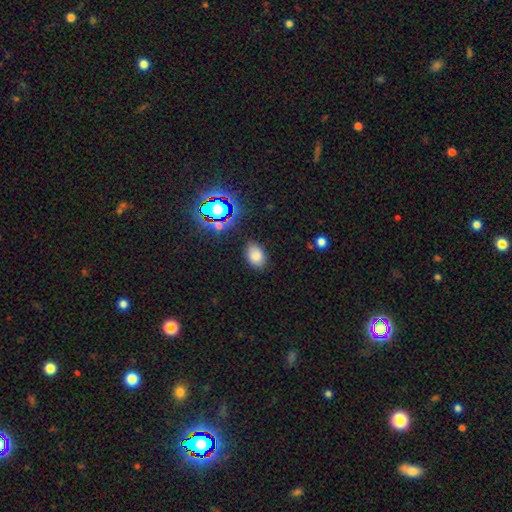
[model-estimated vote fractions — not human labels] Smooth or featured?
  - smooth: 77% *
  - star or artifact: 15%
  - featured or disk: 8%
How rounded?
  - in between: 80% *
  - round: 19%
  - cigar-shaped: 1%
Merging?
  - none: 80% *
  - minor disturbance: 14%
  - major disturbance: 4%
  - merger: 2%